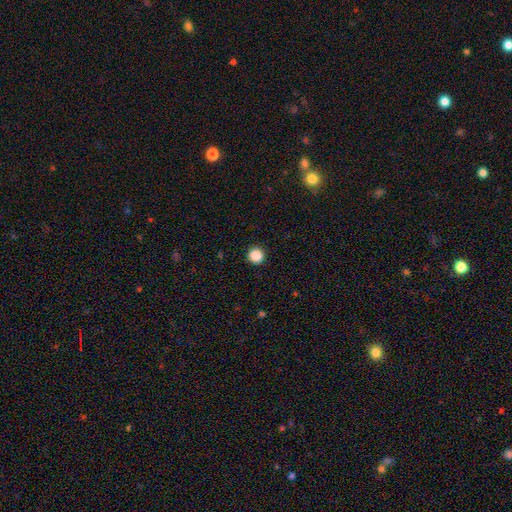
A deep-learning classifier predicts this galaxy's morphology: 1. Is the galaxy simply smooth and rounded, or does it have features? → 88% smooth, 10% star or artifact, 2% featured or disk.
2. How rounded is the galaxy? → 96% round, 3% in between, 1% cigar-shaped.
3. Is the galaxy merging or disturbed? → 93% none, 4% minor disturbance, 2% major disturbance, 1% merger.